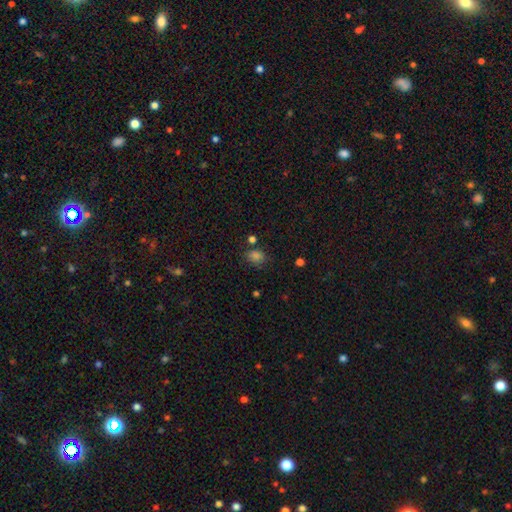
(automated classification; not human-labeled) This appears to be a smooth galaxy with no disk features (77%) that is round (52%). Merging: none (74%).